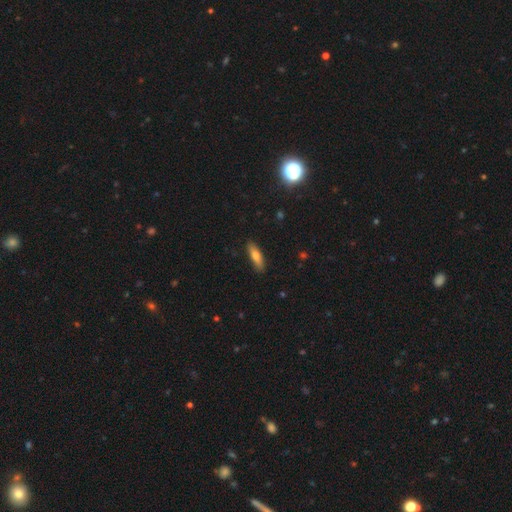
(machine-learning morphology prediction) Q: Smooth or featured?
A: smooth (72%); runner-up: featured or disk (22%)
Q: How rounded?
A: cigar-shaped (61%); runner-up: in between (37%)
Q: Merging?
A: none (87%); runner-up: minor disturbance (10%)